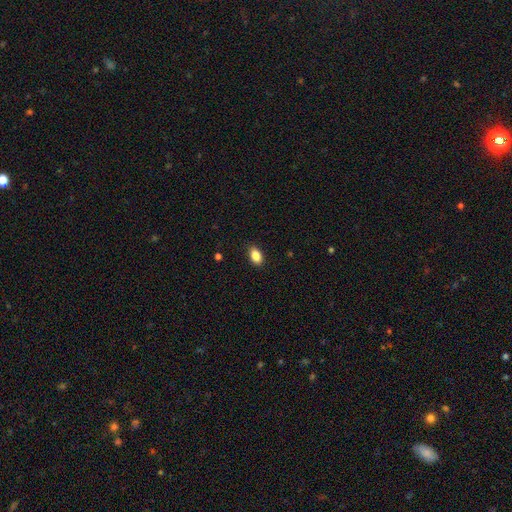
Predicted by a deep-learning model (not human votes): smooth_or_featured: smooth (p=0.87) [alt: star or artifact p=0.08]
how_rounded: in between (p=0.89) [alt: round p=0.09]
merging: none (p=0.88) [alt: minor disturbance p=0.09]